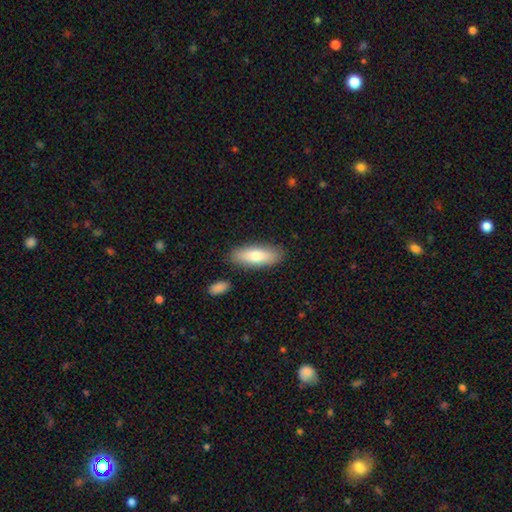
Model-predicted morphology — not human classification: Q: Smooth or featured?
A: smooth (76%); runner-up: featured or disk (18%)
Q: How rounded?
A: in between (64%); runner-up: cigar-shaped (33%)
Q: Merging?
A: none (85%); runner-up: minor disturbance (10%)